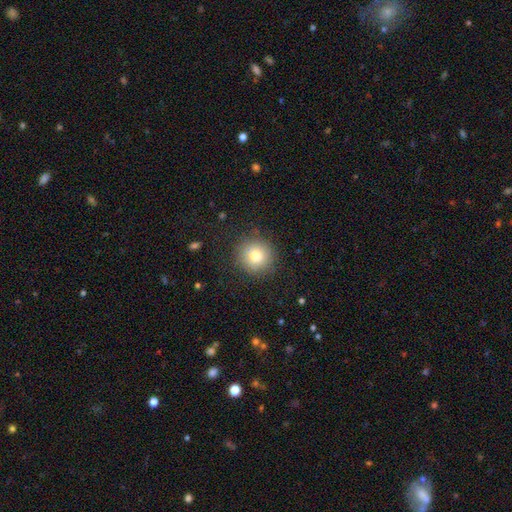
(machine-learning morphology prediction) Overall: smooth (78%). How rounded: round (93%). Merging: none (88%).